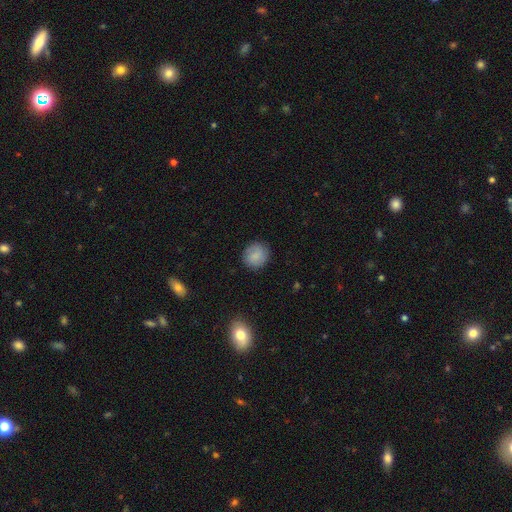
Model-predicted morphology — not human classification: A smooth galaxy with no disk features (82%) that is round (89%).

Vote fractions:
- Smooth or featured? smooth: 82% / featured or disk: 10% / star or artifact: 8%
- How rounded? round: 89% / in between: 10% / cigar-shaped: 1%
- Merging? none: 88% / minor disturbance: 9% / major disturbance: 2% / merger: 1%